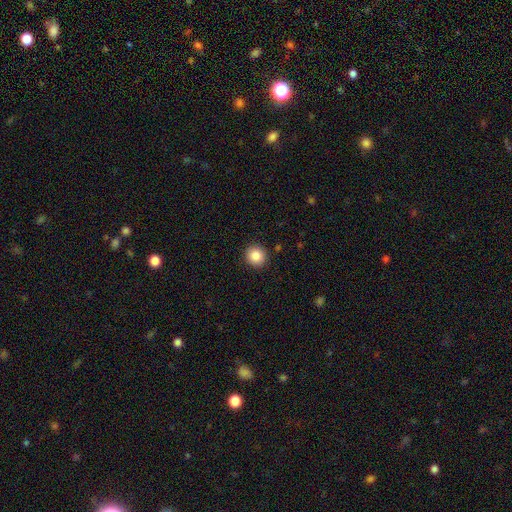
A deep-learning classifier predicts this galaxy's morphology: A smooth galaxy with no disk features (86%) that is round (93%).

Vote fractions:
- Smooth or featured? smooth: 86% / star or artifact: 9% / featured or disk: 5%
- How rounded? round: 93% / in between: 6% / cigar-shaped: 1%
- Merging? none: 92% / minor disturbance: 6% / major disturbance: 2% / merger: 1%